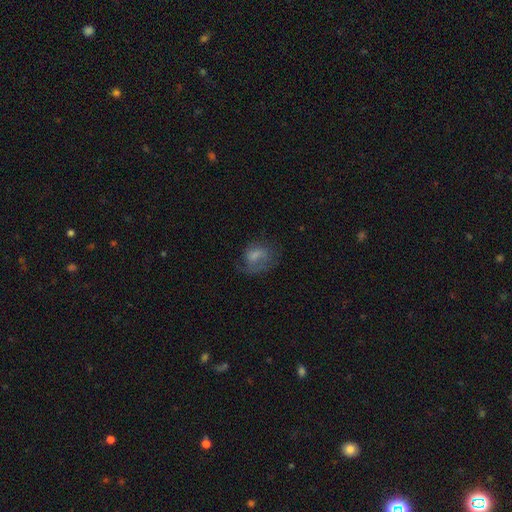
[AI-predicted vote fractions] A smooth galaxy with no disk features (55%) that is in between round and cigar-shaped (59%). Merging: none (42%).